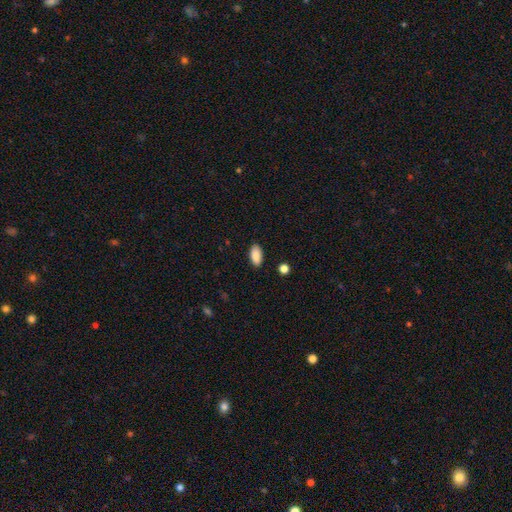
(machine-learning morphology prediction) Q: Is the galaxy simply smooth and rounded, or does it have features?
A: smooth — 88%.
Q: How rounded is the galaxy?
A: in between — 93%.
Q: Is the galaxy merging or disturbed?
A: none — 88%.